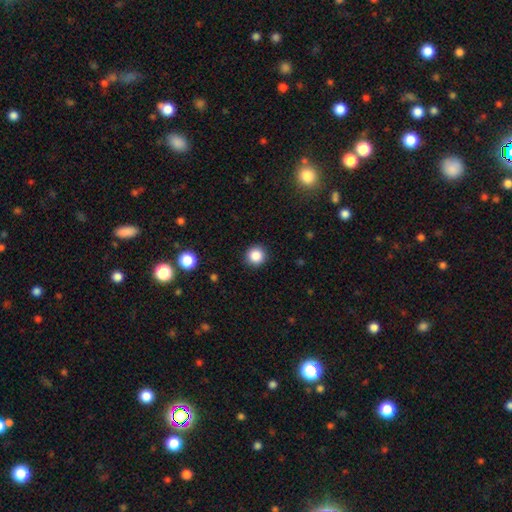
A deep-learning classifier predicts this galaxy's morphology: This is clearly a smooth galaxy (86%). How rounded: clearly round (95%). Merging: clearly none (91%).